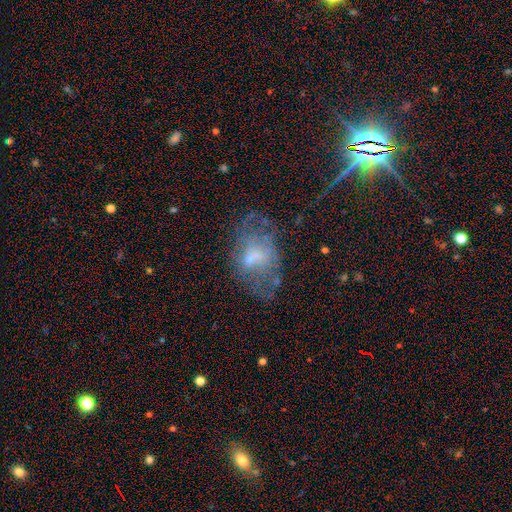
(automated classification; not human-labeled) Smooth or featured: featured or disk — 43% (smooth — 42%)
Merging: none — 43% (major disturbance — 26%)